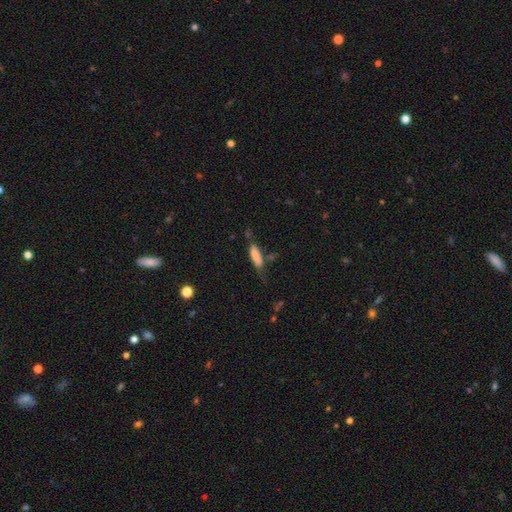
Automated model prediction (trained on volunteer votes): This appears to be a smooth galaxy with no disk features (80%) that is cigar-shaped (60%). Merging: none (51%).